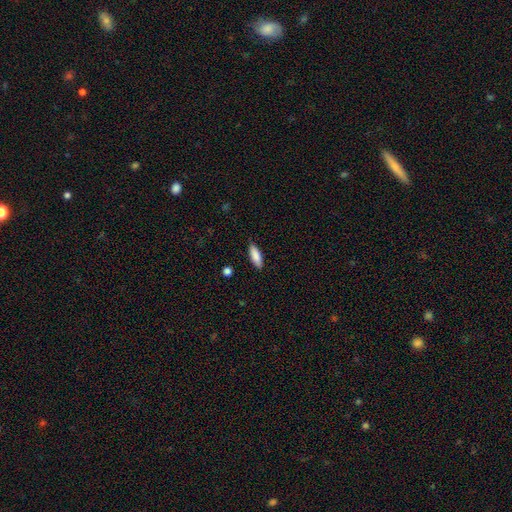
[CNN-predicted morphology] Q: Smooth or featured?
A: smooth (87%); runner-up: featured or disk (7%)
Q: How rounded?
A: in between (66%); runner-up: cigar-shaped (32%)
Q: Merging?
A: none (87%); runner-up: minor disturbance (10%)